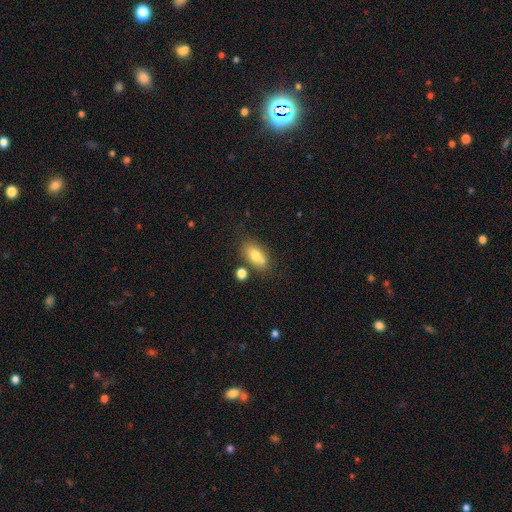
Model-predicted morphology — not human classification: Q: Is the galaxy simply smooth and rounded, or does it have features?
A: smooth — 72%.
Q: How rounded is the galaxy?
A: in between — 83%.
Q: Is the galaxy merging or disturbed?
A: none — 57%.